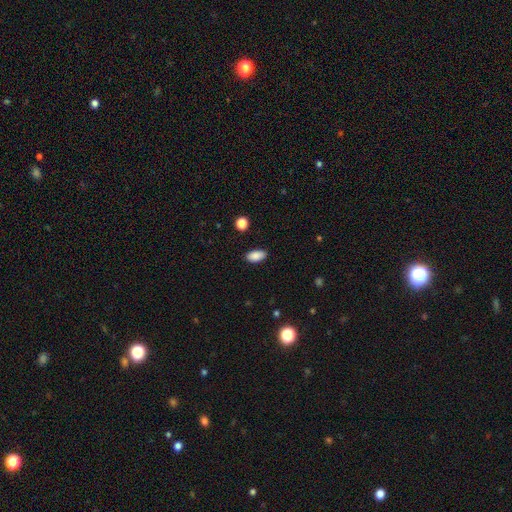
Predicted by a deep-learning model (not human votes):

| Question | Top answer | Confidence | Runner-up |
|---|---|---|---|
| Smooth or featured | smooth | 88% | star or artifact (8%) |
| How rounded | in between | 92% | cigar-shaped (4%) |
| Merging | none | 86% | minor disturbance (10%) |